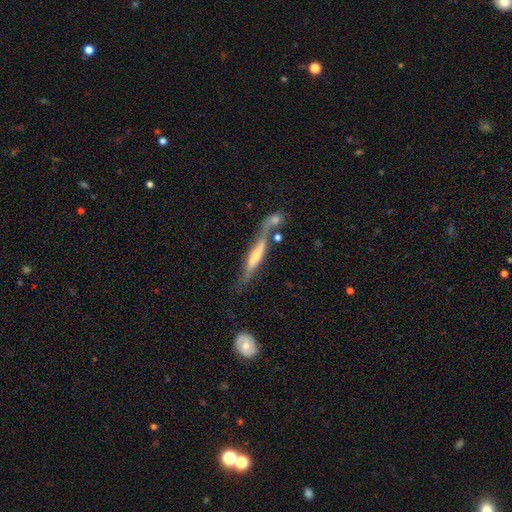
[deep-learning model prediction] Morphology: type=featured or disk (63%); edge-on=yes (87%); edge-on bulge=rounded (65%); merging=none (43%).